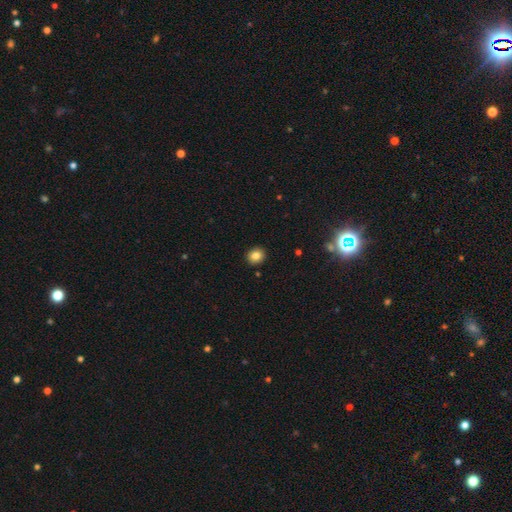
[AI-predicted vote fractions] Morphology: type=smooth (84%); roundness=round (79%); merging=none (91%).